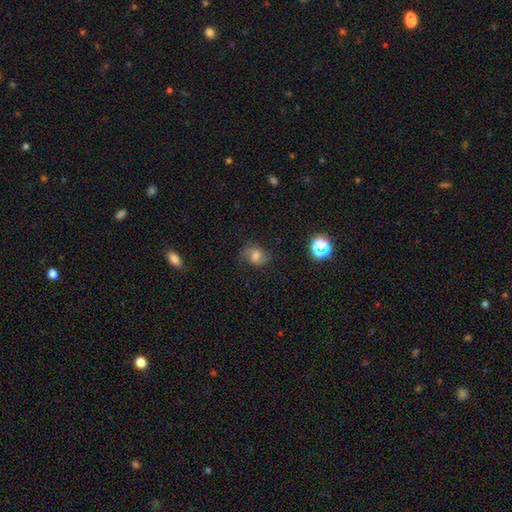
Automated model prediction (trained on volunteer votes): This appears to be a smooth galaxy with no disk features (49%). Merging: none (68%).